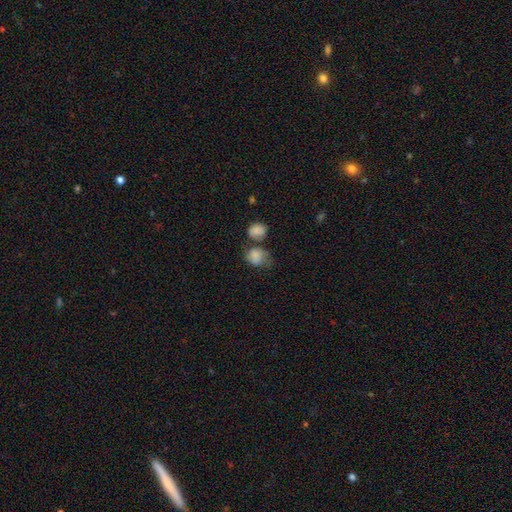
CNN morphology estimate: Smooth or featured?
  - smooth: 76% *
  - featured or disk: 15%
  - star or artifact: 9%
How rounded?
  - round: 58% *
  - in between: 41%
  - cigar-shaped: 1%
Merging?
  - none: 35% *
  - merger: 30%
  - minor disturbance: 22%
  - major disturbance: 13%